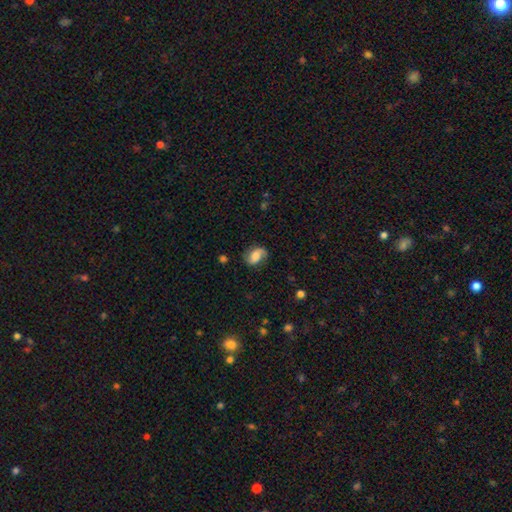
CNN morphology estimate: Smooth or featured: featured or disk — 53% (smooth — 39%)
Edge-on disk: no — 97% (yes — 3%)
Bar: no — 46% (weak — 39%)
Spiral arms: yes — 90% (no — 10%)
Bulge size: moderate — 38% (large — 23%)
Merging: none — 69% (minor disturbance — 21%)